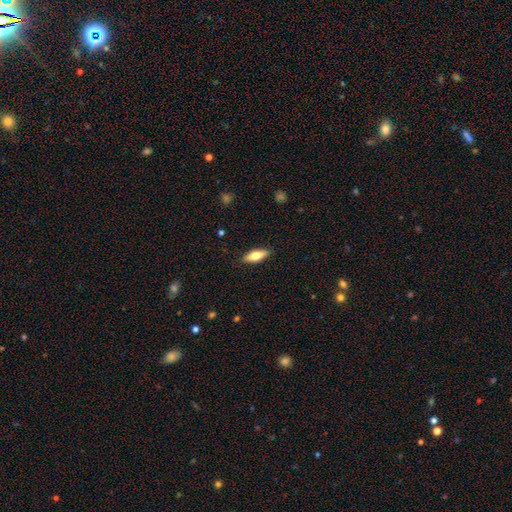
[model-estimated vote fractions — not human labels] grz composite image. It shows a smooth galaxy with no disk features (63%) that is in between round and cigar-shaped (58%). Merging: none (88%).